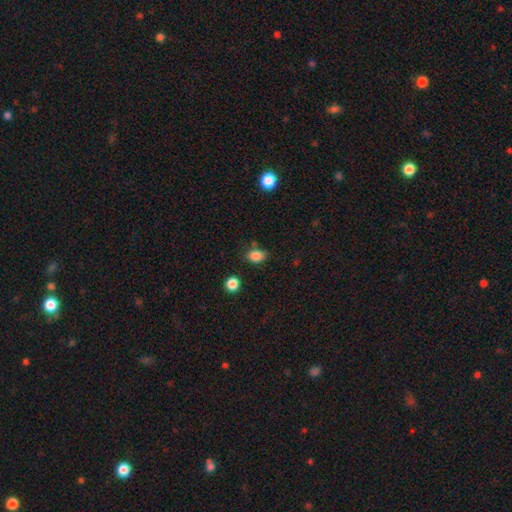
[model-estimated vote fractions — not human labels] A smooth galaxy with no disk features (84%) that is in between round and cigar-shaped (64%).

Vote fractions:
- Smooth or featured? smooth: 84% / star or artifact: 11% / featured or disk: 5%
- How rounded? in between: 64% / round: 34% / cigar-shaped: 1%
- Merging? none: 71% / minor disturbance: 19% / merger: 6% / major disturbance: 5%